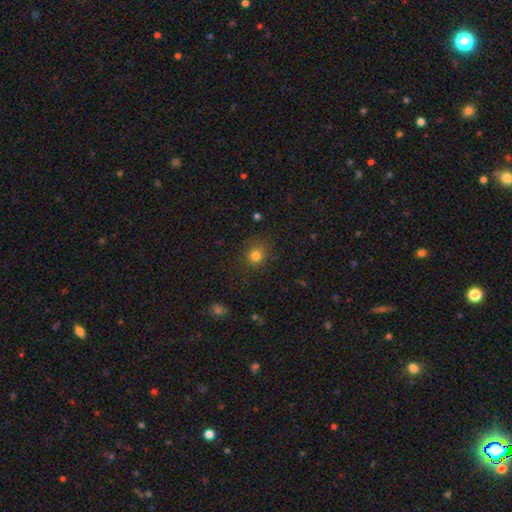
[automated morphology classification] Smooth or featured: smooth — 79% (star or artifact — 15%)
How rounded: round — 84% (in between — 15%)
Merging: none — 84% (minor disturbance — 11%)